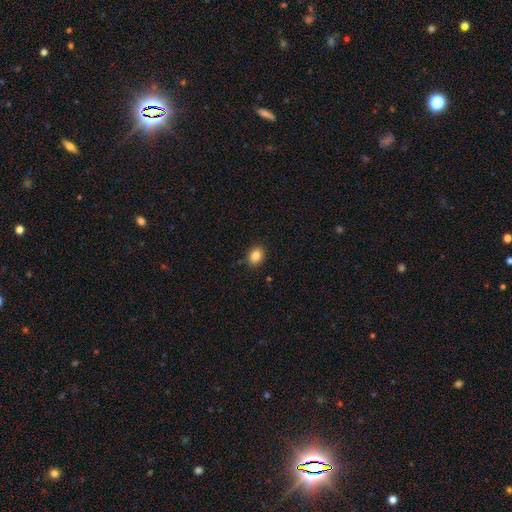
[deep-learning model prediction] A smooth galaxy with no disk features (84%) that is in between round and cigar-shaped (56%). Merging: none (88%).